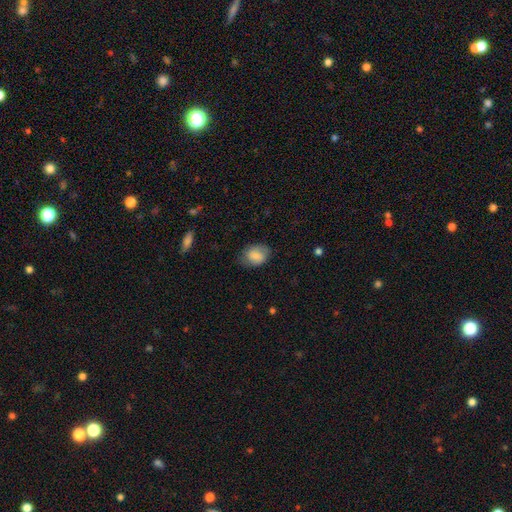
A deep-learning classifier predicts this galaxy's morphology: Smooth or featured? Predicted: smooth (p=0.83). How rounded? Predicted: in between (p=0.69). Merging? Predicted: none (p=0.70).